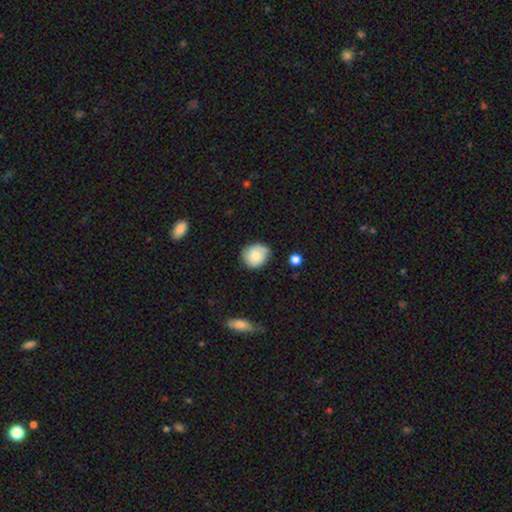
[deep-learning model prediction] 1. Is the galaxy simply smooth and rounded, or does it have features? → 74% smooth, 19% featured or disk, 8% star or artifact.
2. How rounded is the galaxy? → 73% round, 26% in between, 1% cigar-shaped.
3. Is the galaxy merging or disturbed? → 69% none, 24% minor disturbance, 4% major disturbance, 2% merger.